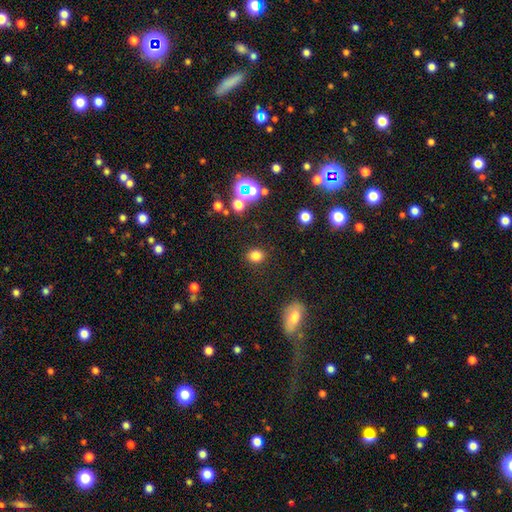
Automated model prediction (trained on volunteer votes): Smooth or featured?
  - smooth: 80% *
  - star or artifact: 14%
  - featured or disk: 5%
How rounded?
  - round: 66% *
  - in between: 33%
  - cigar-shaped: 1%
Merging?
  - none: 87% *
  - minor disturbance: 8%
  - major disturbance: 3%
  - merger: 2%